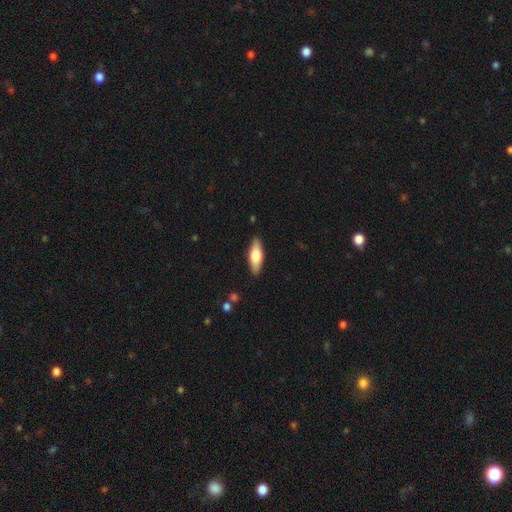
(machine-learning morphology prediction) A smooth galaxy with no disk features (63%) that is in between round and cigar-shaped (62%). Merging: none (88%).